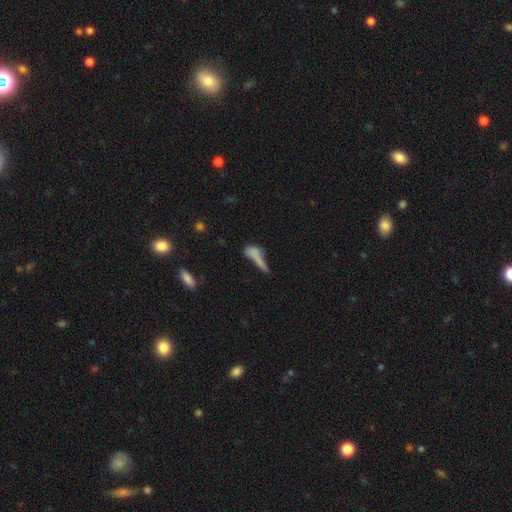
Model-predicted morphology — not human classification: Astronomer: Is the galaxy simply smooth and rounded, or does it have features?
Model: smooth — 67%.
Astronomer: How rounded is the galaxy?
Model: cigar-shaped — 56% (runner-up: in between, 37%).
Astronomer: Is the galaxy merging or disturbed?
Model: none — 31% (runner-up: merger, 30%).